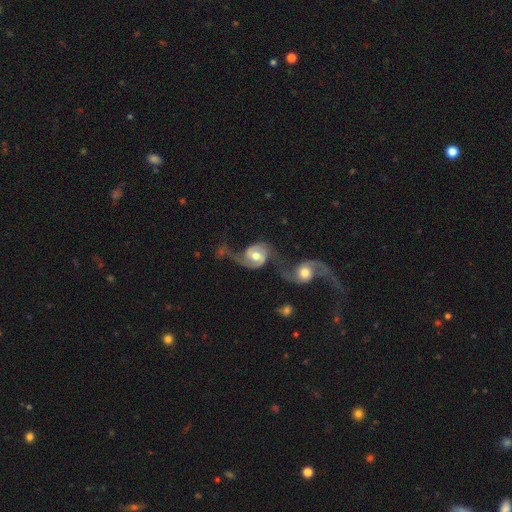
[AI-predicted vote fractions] Overall: featured or disk (87%). Edge-on disk: no (97%). Bar: no (49%; weak 38%). Spiral arms: yes (95%). Spiral arm count: 2 (87%). Spiral winding: medium (49%; loose 31%). Bulge size: moderate (73%). Merging: merger (42%; none 30%).